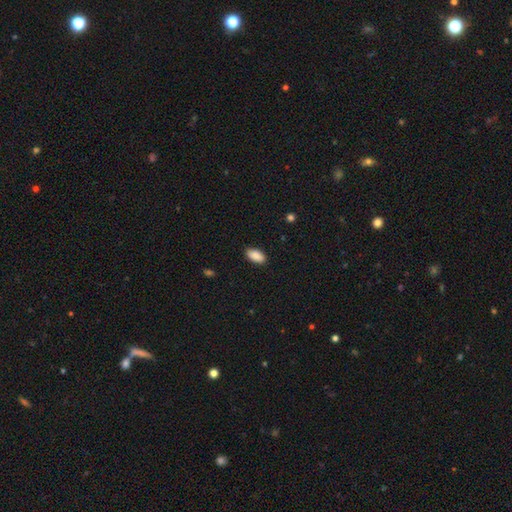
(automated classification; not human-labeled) This is clearly a smooth galaxy (90%). How rounded: clearly in between (94%). Merging: clearly none (88%).